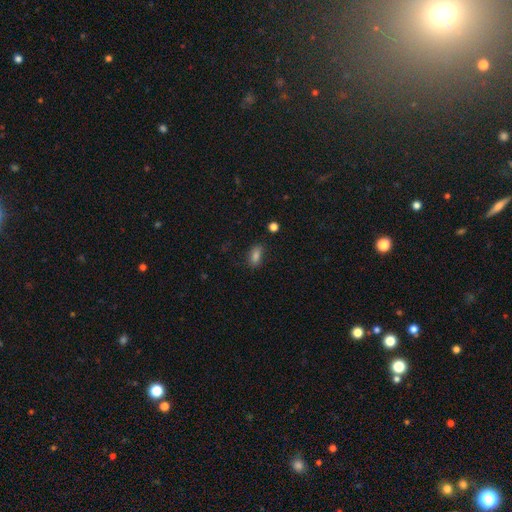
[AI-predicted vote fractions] Smooth or featured?
  - smooth: 84% *
  - star or artifact: 11%
  - featured or disk: 5%
How rounded?
  - in between: 85% *
  - cigar-shaped: 9%
  - round: 6%
Merging?
  - none: 78% *
  - minor disturbance: 16%
  - major disturbance: 4%
  - merger: 2%